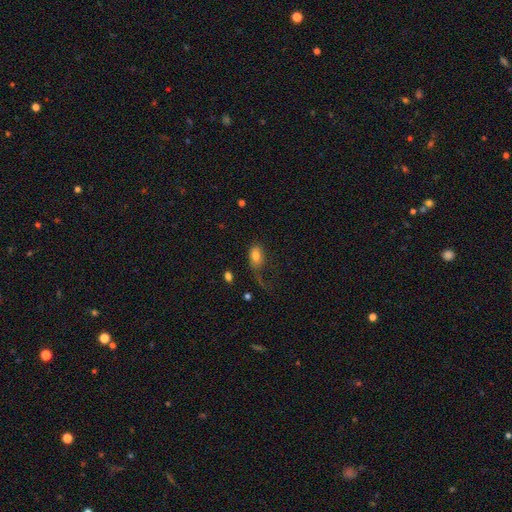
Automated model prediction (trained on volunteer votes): A smooth galaxy with no disk features (77%) that is in between round and cigar-shaped (86%).

Vote fractions:
- Smooth or featured? smooth: 77% / featured or disk: 15% / star or artifact: 9%
- How rounded? in between: 86% / round: 11% / cigar-shaped: 2%
- Merging? none: 38% / major disturbance: 37% / minor disturbance: 21% / merger: 4%